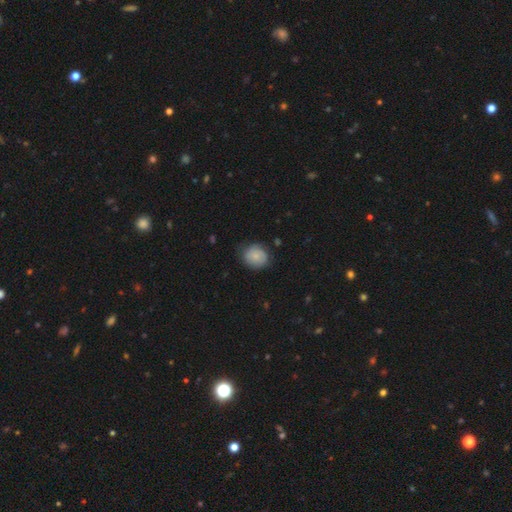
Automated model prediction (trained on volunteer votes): This appears to be a smooth galaxy with no disk features (77%) that is round (76%). Merging: none (69%).